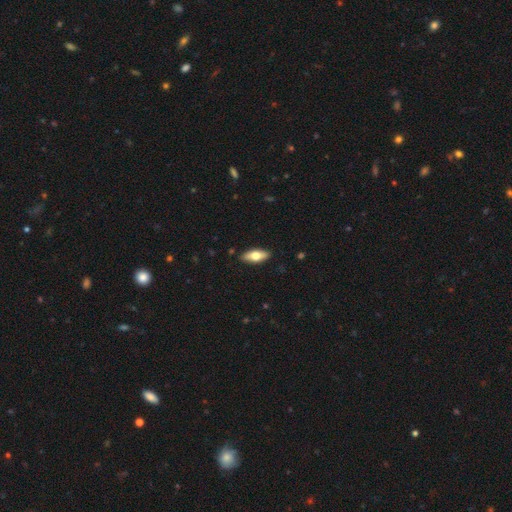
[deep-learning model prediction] Overall: smooth (61%; featured or disk 34%). How rounded: in between (75%). Merging: none (89%).